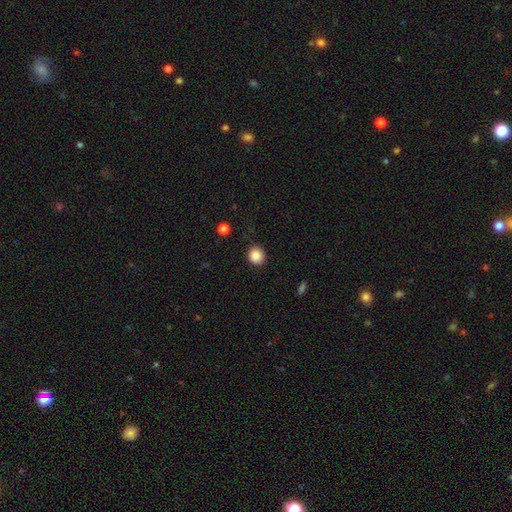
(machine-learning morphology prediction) Smooth or featured?
  - smooth: 87% *
  - star or artifact: 10%
  - featured or disk: 3%
How rounded?
  - round: 88% *
  - in between: 11%
  - cigar-shaped: 1%
Merging?
  - none: 89% *
  - minor disturbance: 7%
  - major disturbance: 2%
  - merger: 1%